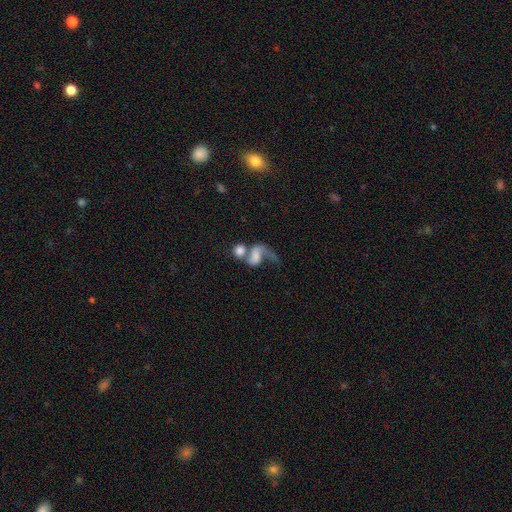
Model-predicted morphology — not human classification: Smooth or featured? Predicted: featured or disk (p=0.48). Merging? Predicted: merger (p=0.58).